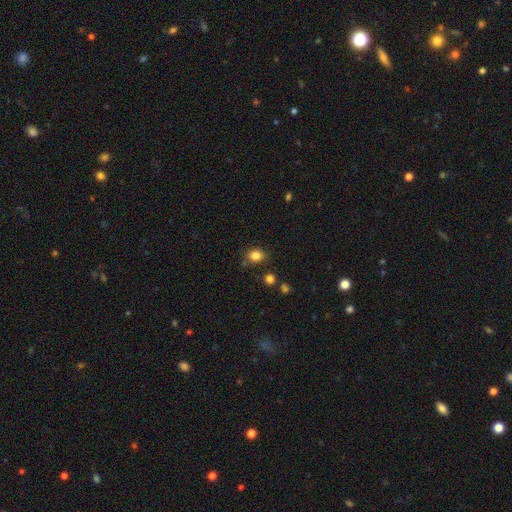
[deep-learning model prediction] Smooth or featured? smooth (83%)
How rounded? round (56%)
Merging? none (80%)